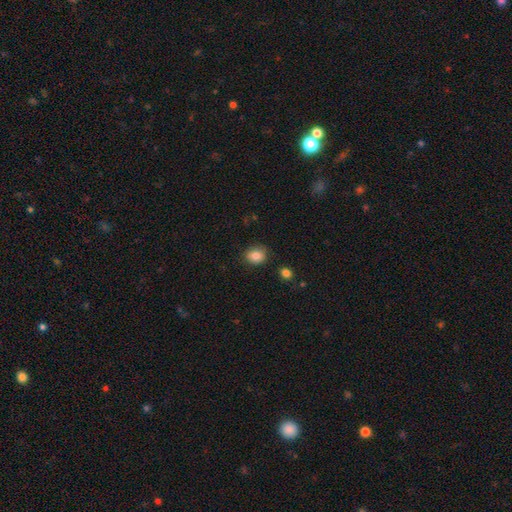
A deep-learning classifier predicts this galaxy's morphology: type=smooth (85%); roundness=round (62%); merging=none (83%).